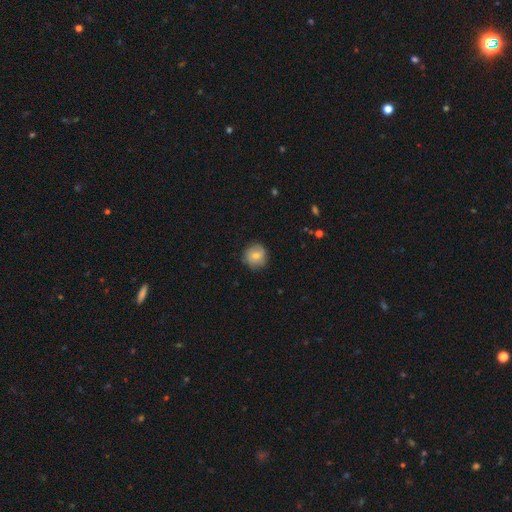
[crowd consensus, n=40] Smooth or featured?
  - smooth: 75% *
  - featured or disk: 20%
  - star or artifact: 5%
How rounded?
  - round: 93% *
  - in between: 7%
  - cigar-shaped: 0%
Merging?
  - none: 61% *
  - minor disturbance: 39%
  - major disturbance: 0%
  - merger: 0%